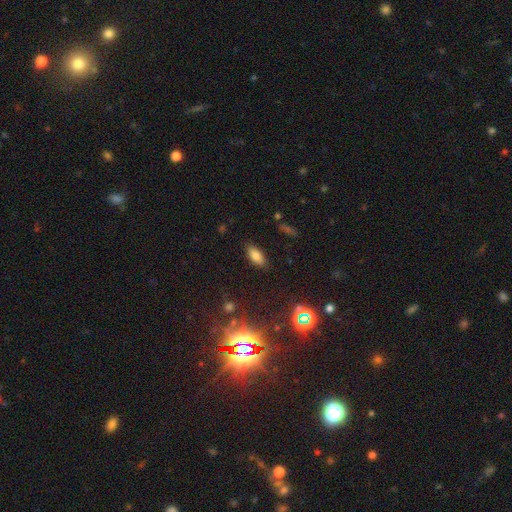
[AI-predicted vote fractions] smooth_or_featured: smooth (p=0.80) [alt: star or artifact p=0.12]
how_rounded: in between (p=0.87) [alt: cigar-shaped p=0.10]
merging: none (p=0.85) [alt: minor disturbance p=0.11]